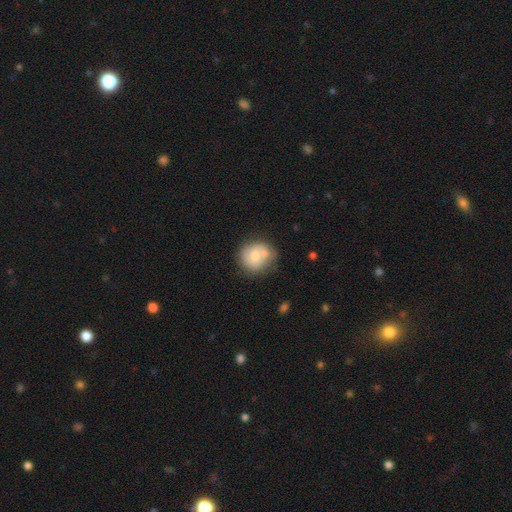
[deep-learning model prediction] Overall: smooth (66%). How rounded: round (82%). Merging: none (47%; merger 33%).